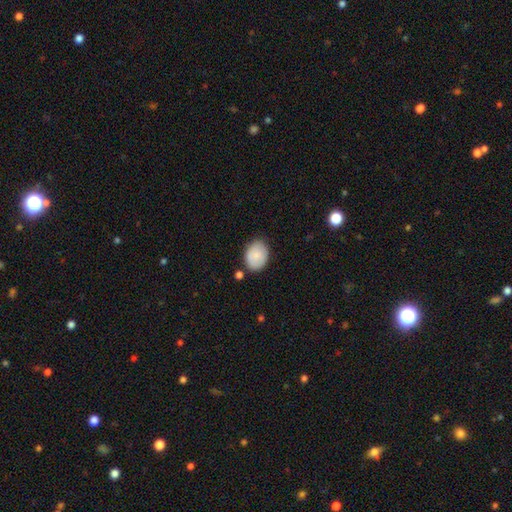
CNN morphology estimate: type=smooth (81%); roundness=in between (70%); merging=none (76%).